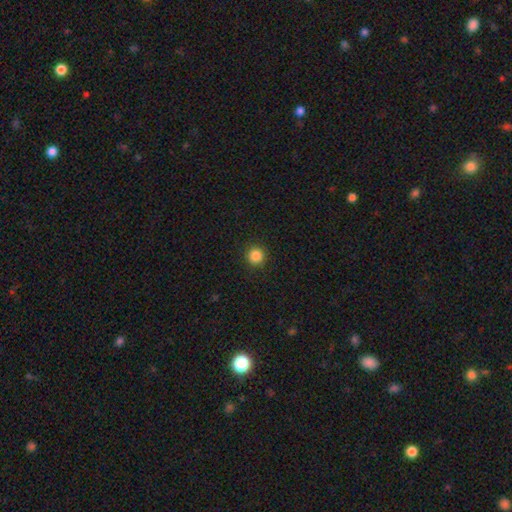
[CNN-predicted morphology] type=smooth (85%); roundness=round (95%); merging=none (92%).